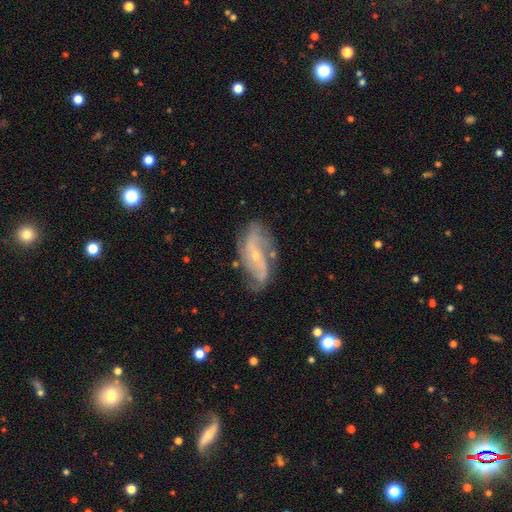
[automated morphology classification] This is clearly a featured or disk galaxy (81%). It is clearly not viewed edge-on (92%). Bar: possibly no (52%). Spiral arm pattern: clearly yes (92%). Spiral arm count: likely 2 (65%). Spiral winding: marginally loose (44%). Central bulge: likely small (78%). Merging: likely none (65%).